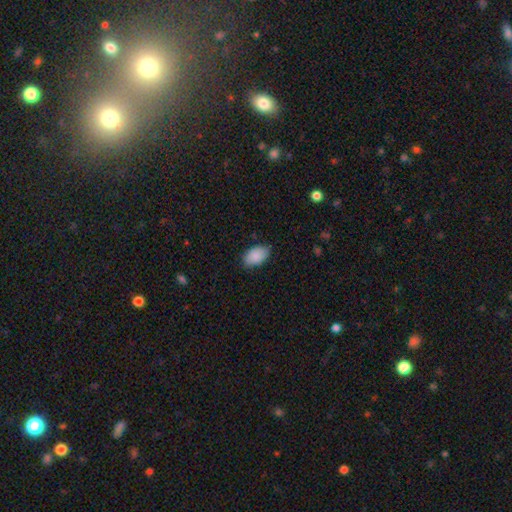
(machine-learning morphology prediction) This is clearly a smooth galaxy (88%). How rounded: clearly in between (93%). Merging: likely none (73%).